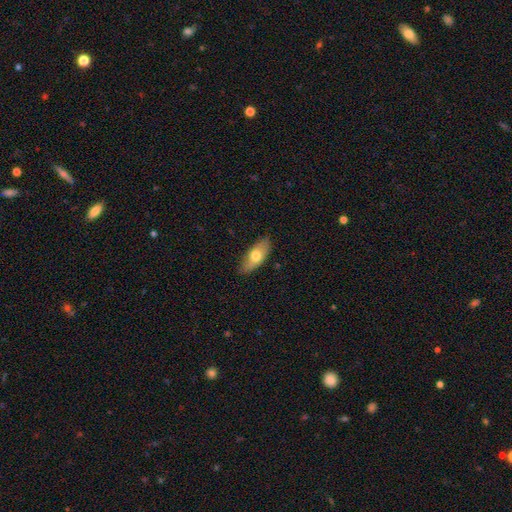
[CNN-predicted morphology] smooth_or_featured: smooth (p=0.65) [alt: featured or disk p=0.29]
how_rounded: in between (p=0.80) [alt: cigar-shaped p=0.17]
merging: none (p=0.83) [alt: minor disturbance p=0.13]